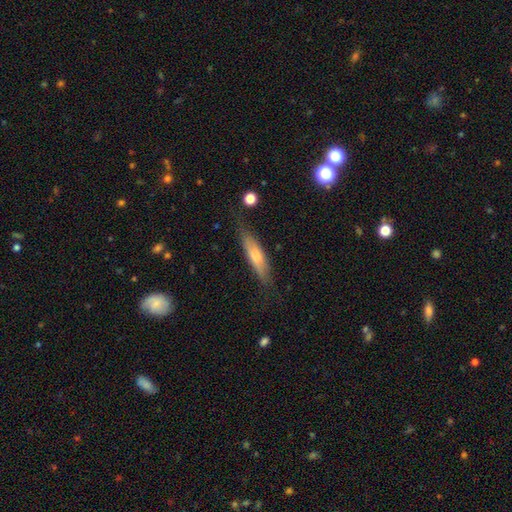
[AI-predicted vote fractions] A smooth galaxy with no disk features (65%) that is cigar-shaped (71%).

Vote fractions:
- Smooth or featured? smooth: 65% / featured or disk: 28% / star or artifact: 7%
- How rounded? cigar-shaped: 71% / in between: 27% / round: 2%
- Merging? none: 72% / minor disturbance: 20% / major disturbance: 6% / merger: 2%